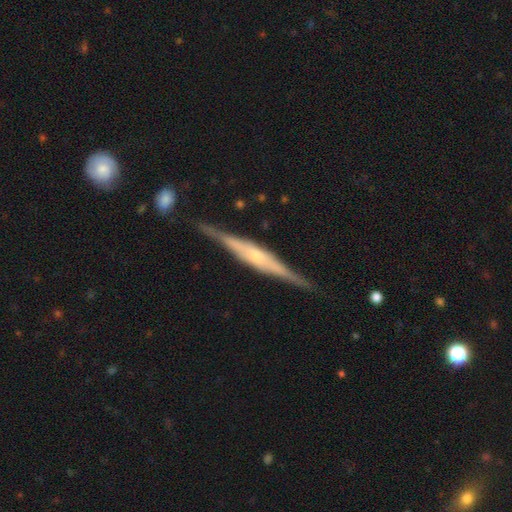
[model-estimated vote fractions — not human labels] featured or disk 81%, smooth 14%, star or artifact 5%. Down the decision tree: edge-on disk — yes (97%); edge-on bulge — rounded (63%); merging — none (86%).